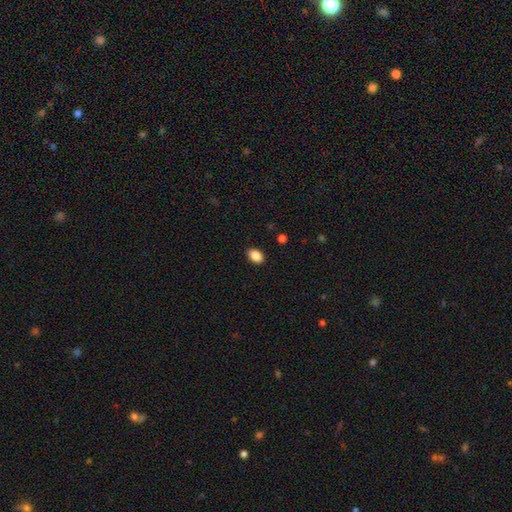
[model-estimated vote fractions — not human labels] Smooth or featured?
  - smooth: 88% *
  - star or artifact: 8%
  - featured or disk: 4%
How rounded?
  - in between: 84% *
  - round: 15%
  - cigar-shaped: 1%
Merging?
  - none: 89% *
  - minor disturbance: 8%
  - major disturbance: 2%
  - merger: 1%